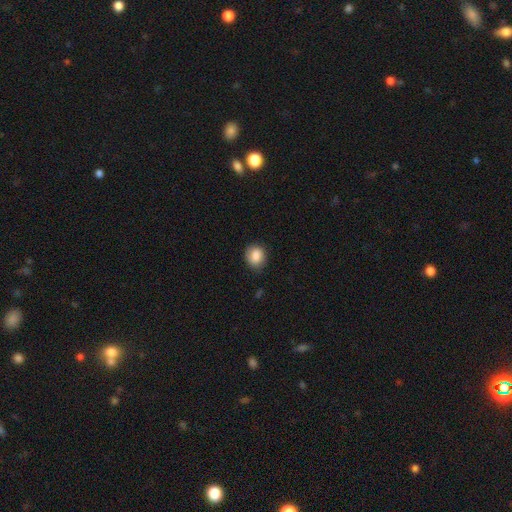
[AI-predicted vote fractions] A smooth galaxy with no disk features (86%) that is round (67%).

Vote fractions:
- Smooth or featured? smooth: 86% / star or artifact: 8% / featured or disk: 7%
- How rounded? round: 67% / in between: 32% / cigar-shaped: 1%
- Merging? none: 79% / minor disturbance: 16% / major disturbance: 3% / merger: 1%